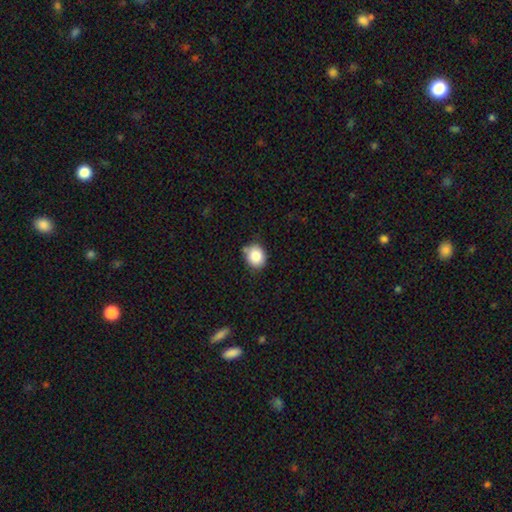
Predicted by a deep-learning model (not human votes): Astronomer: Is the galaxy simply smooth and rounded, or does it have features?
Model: smooth — 85%.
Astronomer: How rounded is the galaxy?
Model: round — 61% (runner-up: in between, 38%).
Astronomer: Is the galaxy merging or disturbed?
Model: none — 73%.